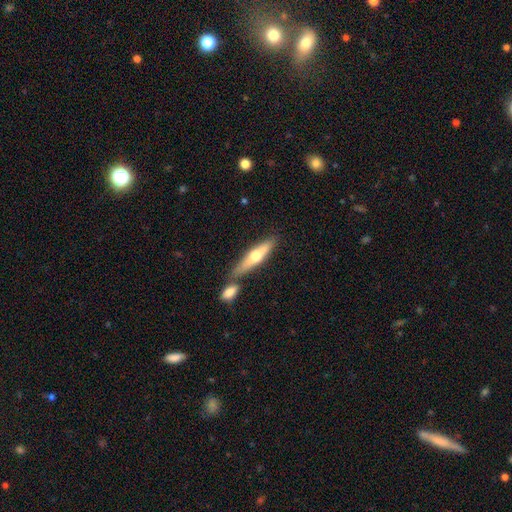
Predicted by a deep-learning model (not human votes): featured or disk 48%, smooth 46%, star or artifact 5%. Down the decision tree: merging — none (60%).